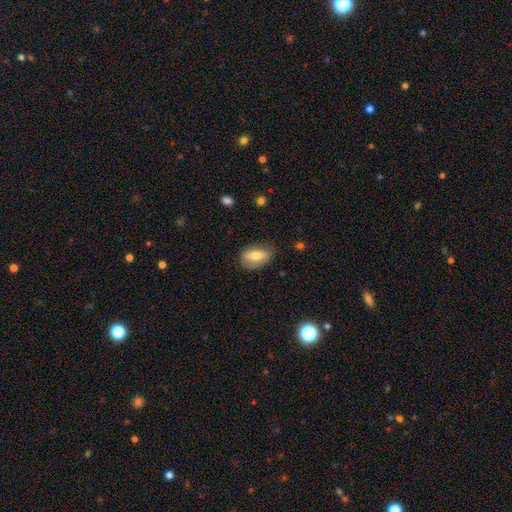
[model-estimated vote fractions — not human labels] Smooth or featured? Predicted: smooth (p=0.68). How rounded? Predicted: in between (p=0.88). Merging? Predicted: none (p=0.75).